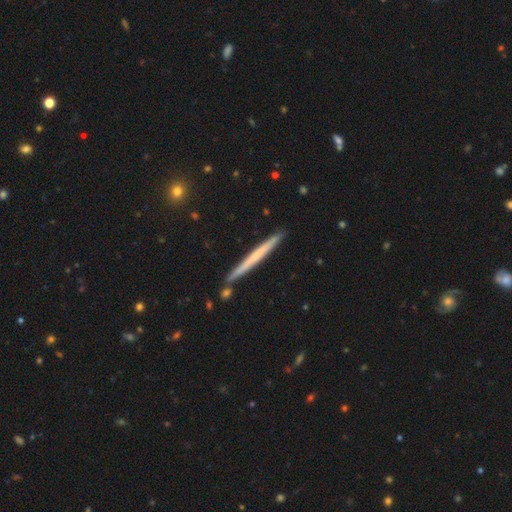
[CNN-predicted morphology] smooth_or_featured: smooth (p=0.48) [alt: featured or disk p=0.46]
merging: none (p=0.88) [alt: minor disturbance p=0.08]